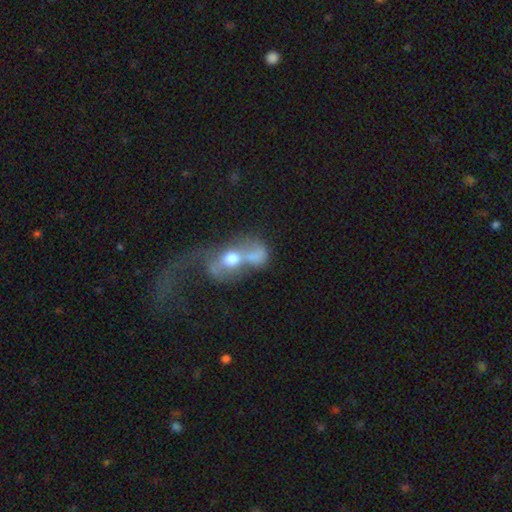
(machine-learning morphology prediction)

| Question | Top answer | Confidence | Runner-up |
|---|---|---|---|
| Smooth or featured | smooth | 47% | featured or disk (40%) |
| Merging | merger | 63% | major disturbance (17%) |